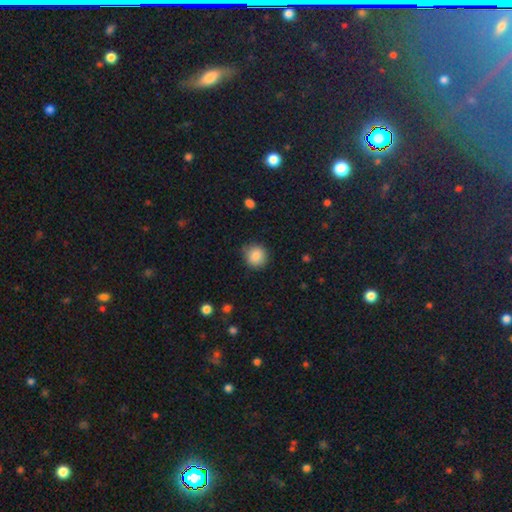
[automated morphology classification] A smooth galaxy with no disk features (85%) that is round (91%). Merging: none (83%).